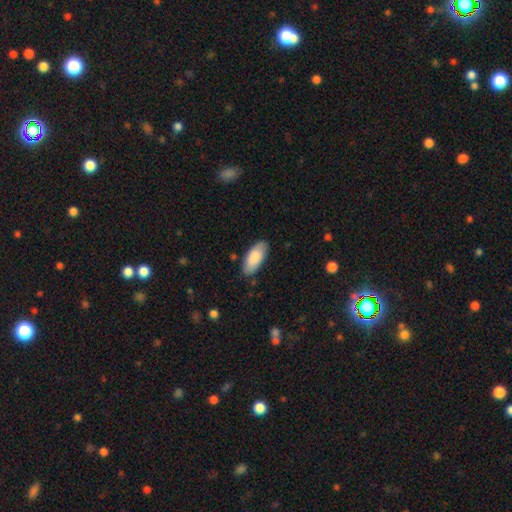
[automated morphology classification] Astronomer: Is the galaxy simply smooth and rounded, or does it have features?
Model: smooth — 84%.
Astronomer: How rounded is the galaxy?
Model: in between — 87%.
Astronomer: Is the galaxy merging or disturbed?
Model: none — 84%.